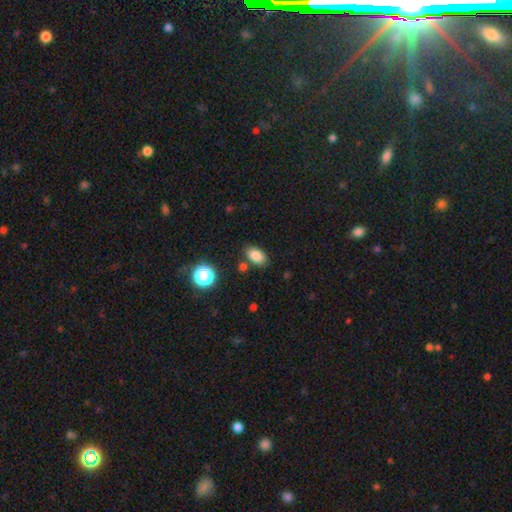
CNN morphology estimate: This appears to be a smooth galaxy with no disk features (84%) that is in between round and cigar-shaped (88%). Merging: none (80%).